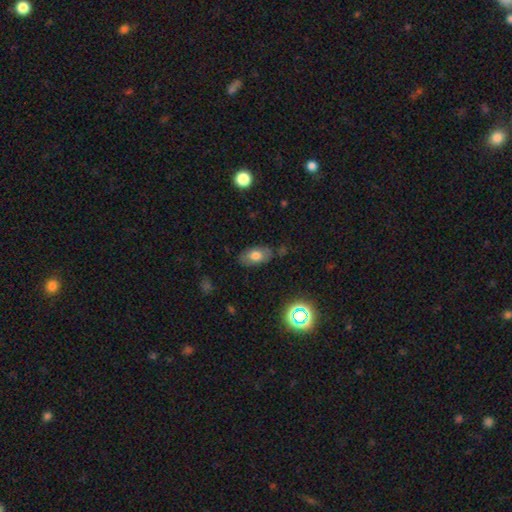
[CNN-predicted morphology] A smooth galaxy with no disk features (70%) that is in between round and cigar-shaped (91%).

Vote fractions:
- Smooth or featured? smooth: 70% / featured or disk: 19% / star or artifact: 10%
- How rounded? in between: 91% / round: 6% / cigar-shaped: 3%
- Merging? none: 78% / minor disturbance: 16% / major disturbance: 4% / merger: 2%